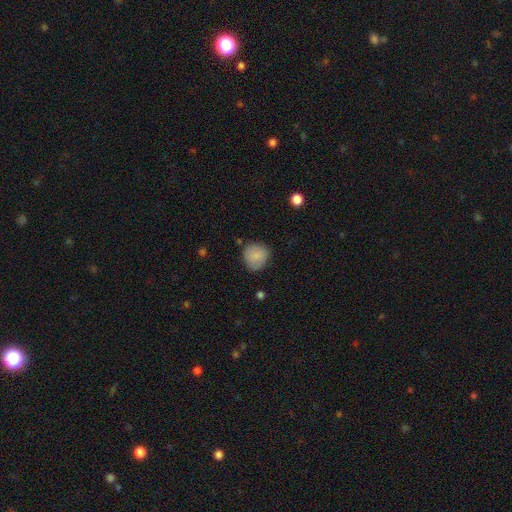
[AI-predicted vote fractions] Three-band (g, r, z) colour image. It shows a smooth galaxy with no disk features (85%) that is round (84%). Merging: none (73%).